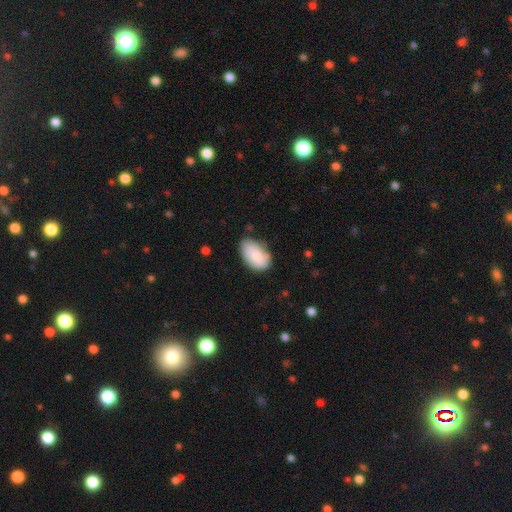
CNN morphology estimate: A smooth galaxy with no disk features (82%) that is in between round and cigar-shaped (93%).

Vote fractions:
- Smooth or featured? smooth: 82% / featured or disk: 12% / star or artifact: 6%
- How rounded? in between: 93% / round: 6% / cigar-shaped: 1%
- Merging? none: 71% / minor disturbance: 22% / major disturbance: 4% / merger: 2%